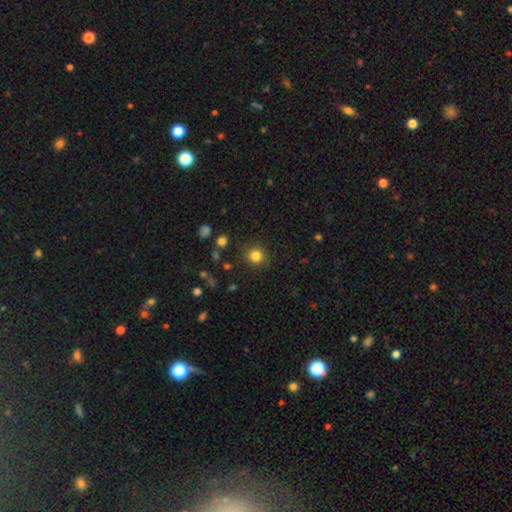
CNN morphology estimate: smooth 83%, star or artifact 12%, featured or disk 5%. Down the decision tree: how rounded — round (90%); merging — none (89%).